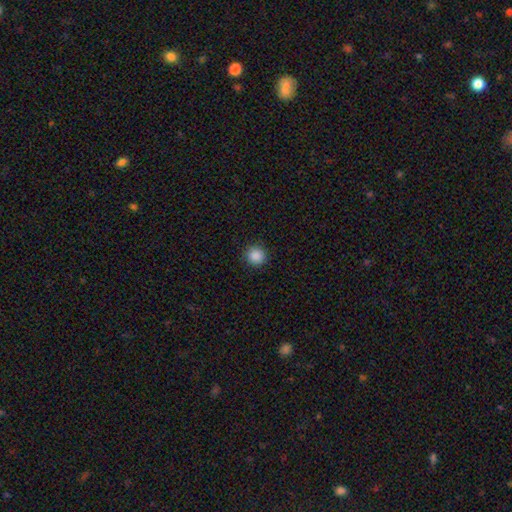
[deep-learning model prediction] smooth-or-featured: smooth: 88% | star or artifact: 10% | featured or disk: 2%
  how-rounded: round: 94% | in between: 5% | cigar-shaped: 1%
  merging: none: 91% | minor disturbance: 6% | major disturbance: 2% | merger: 1%